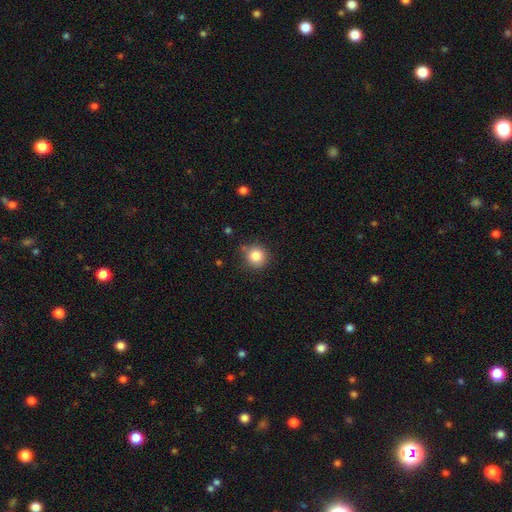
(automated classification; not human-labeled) Smooth or featured?
  - smooth: 84% *
  - star or artifact: 11%
  - featured or disk: 6%
How rounded?
  - round: 92% *
  - in between: 8%
  - cigar-shaped: 1%
Merging?
  - none: 81% *
  - minor disturbance: 13%
  - merger: 3%
  - major disturbance: 3%